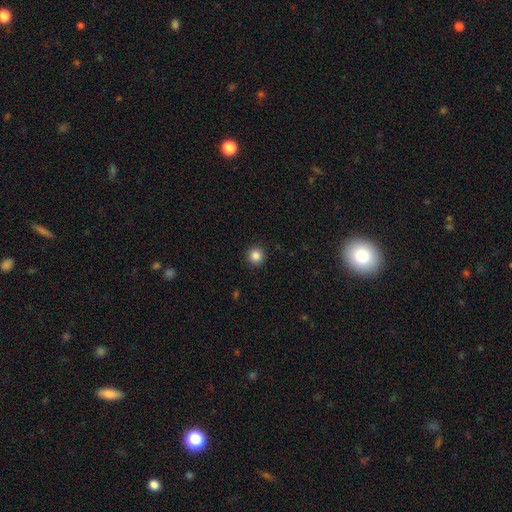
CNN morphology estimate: smooth-or-featured: smooth: 85% | star or artifact: 11% | featured or disk: 4%
  how-rounded: round: 95% | in between: 4% | cigar-shaped: 1%
  merging: none: 93% | minor disturbance: 5% | major disturbance: 2% | merger: 1%